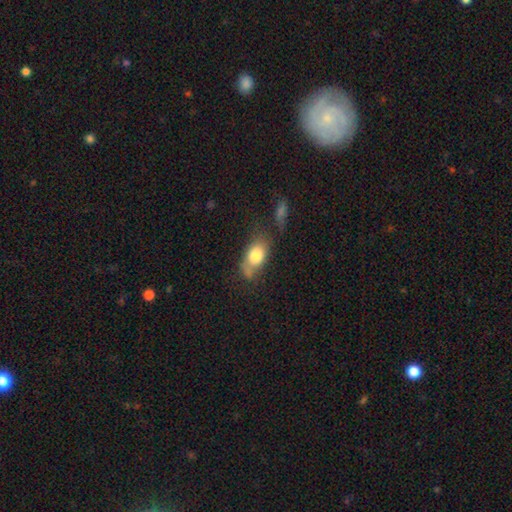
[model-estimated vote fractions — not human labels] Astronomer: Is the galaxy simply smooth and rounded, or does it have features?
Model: smooth — 76%.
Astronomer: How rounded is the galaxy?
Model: in between — 82%.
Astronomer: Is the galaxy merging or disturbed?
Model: none — 45% (runner-up: minor disturbance, 28%).